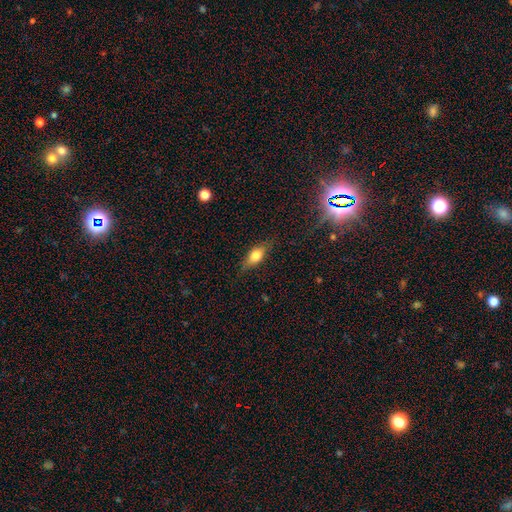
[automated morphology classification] Smooth or featured? smooth (71%)
How rounded? in between (76%)
Merging? none (78%)